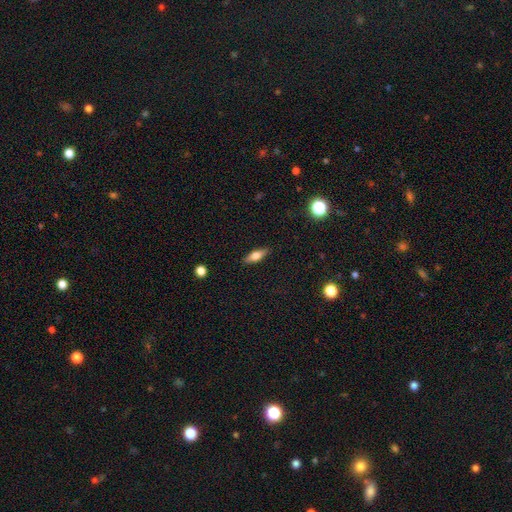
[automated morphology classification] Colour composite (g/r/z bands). It shows a smooth galaxy with no disk features (61%) that is in between round and cigar-shaped (57%). Merging: none (87%).